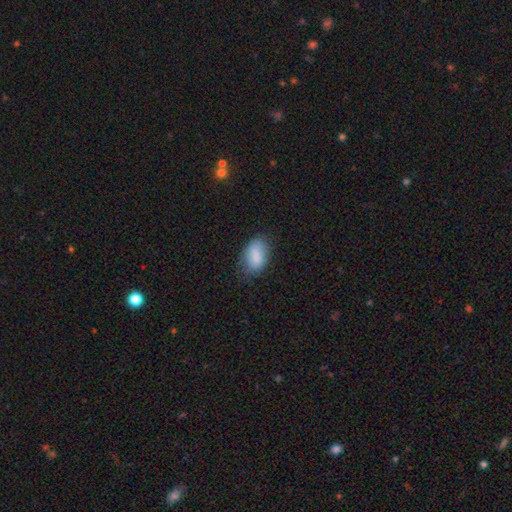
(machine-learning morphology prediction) Overall: smooth (84%). How rounded: in between (89%). Merging: none (67%).